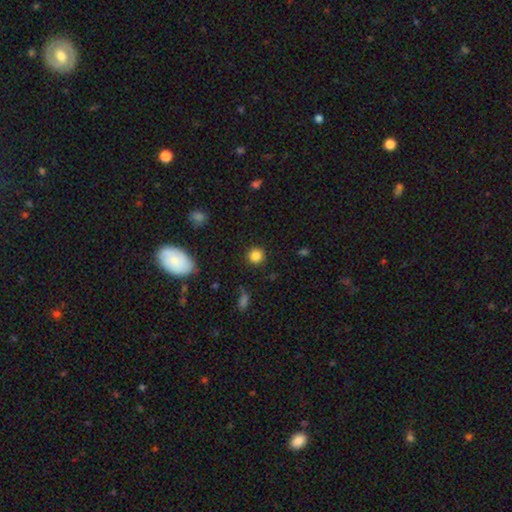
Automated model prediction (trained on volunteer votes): A smooth galaxy with no disk features (84%) that is round (93%).

Vote fractions:
- Smooth or featured? smooth: 84% / star or artifact: 11% / featured or disk: 5%
- How rounded? round: 93% / in between: 6% / cigar-shaped: 1%
- Merging? none: 90% / minor disturbance: 6% / major disturbance: 2% / merger: 1%